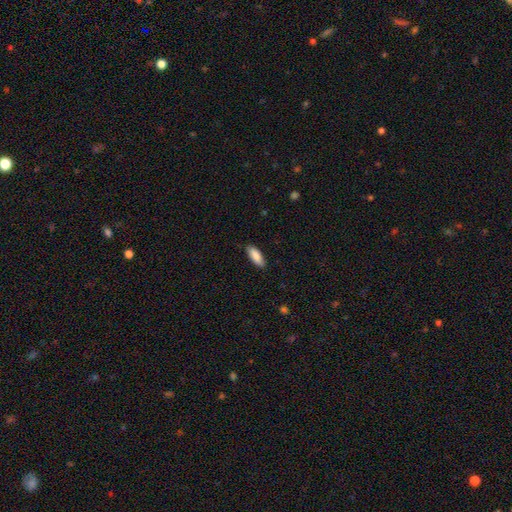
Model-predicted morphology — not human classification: Smooth or featured? smooth (88%)
How rounded? in between (75%)
Merging? none (85%)